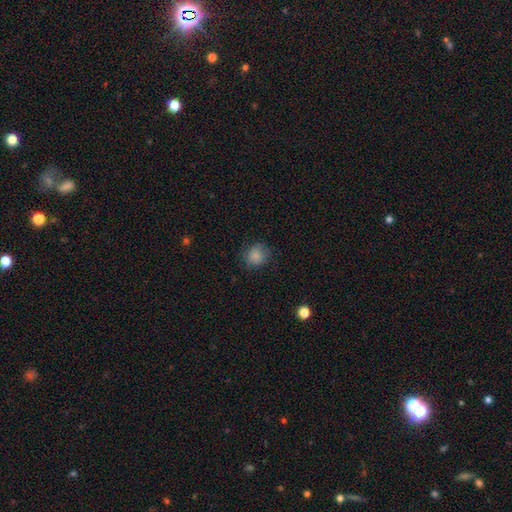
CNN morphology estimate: Smooth or featured? Predicted: smooth (p=0.86). How rounded? Predicted: round (p=0.82). Merging? Predicted: none (p=0.80).